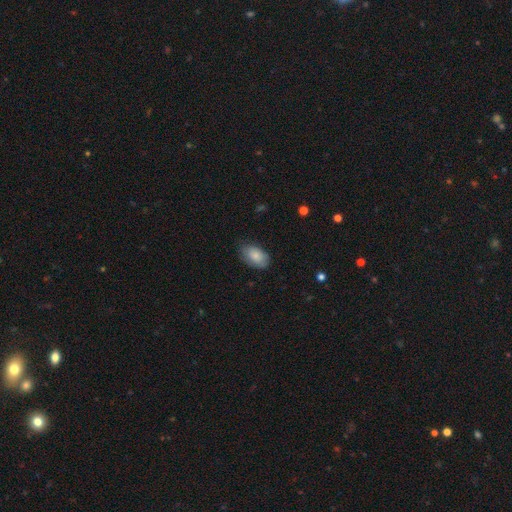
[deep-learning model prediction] Smooth or featured?
  - smooth: 82% *
  - featured or disk: 12%
  - star or artifact: 7%
How rounded?
  - in between: 92% *
  - round: 7%
  - cigar-shaped: 1%
Merging?
  - none: 74% *
  - minor disturbance: 21%
  - major disturbance: 4%
  - merger: 1%